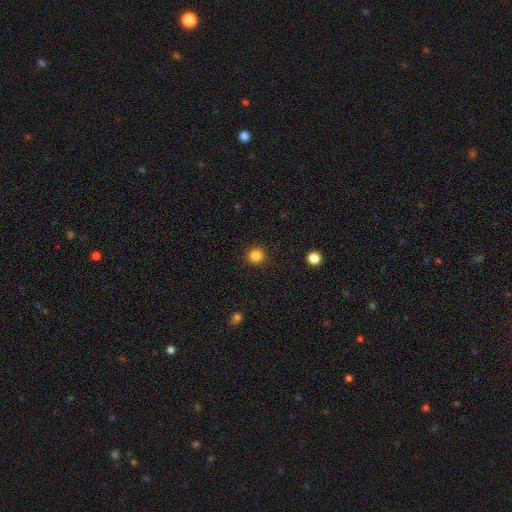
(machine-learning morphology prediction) A smooth galaxy with no disk features (84%) that is round (92%). Merging: none (91%).